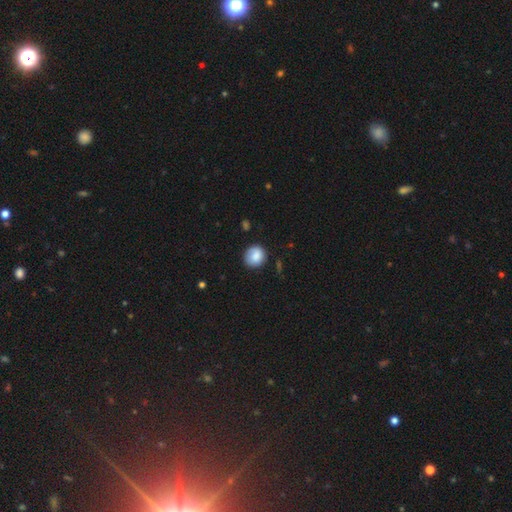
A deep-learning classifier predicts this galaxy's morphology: A smooth galaxy with no disk features (85%) that is round (82%). Merging: none (78%).